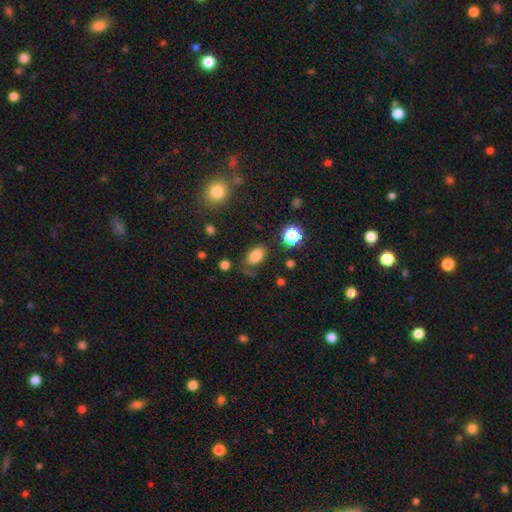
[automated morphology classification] smooth-or-featured: smooth: 81% | star or artifact: 12% | featured or disk: 8%
  how-rounded: in between: 88% | round: 10% | cigar-shaped: 2%
  merging: none: 73% | minor disturbance: 17% | major disturbance: 7% | merger: 3%